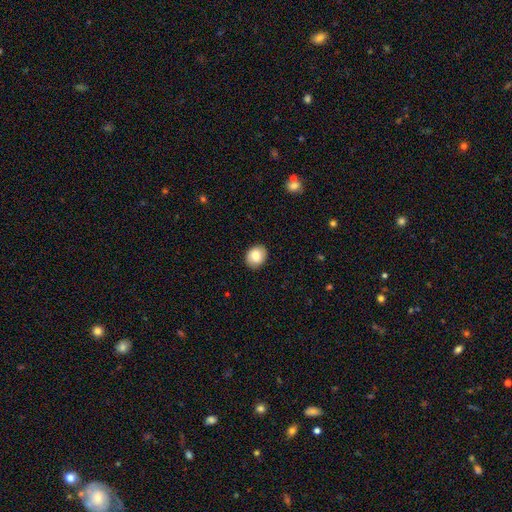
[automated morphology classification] A smooth galaxy with no disk features (83%) that is round (55%).

Vote fractions:
- Smooth or featured? smooth: 83% / featured or disk: 9% / star or artifact: 8%
- How rounded? round: 55% / in between: 44% / cigar-shaped: 1%
- Merging? none: 88% / minor disturbance: 9% / major disturbance: 2% / merger: 1%